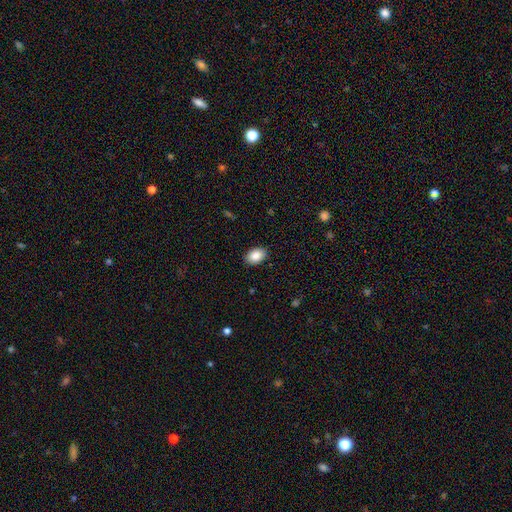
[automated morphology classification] The model was most divided on "how rounded": in between: 84%, round: 15%, cigar-shaped: 1%. More confident: merging — none (89%); smooth or featured — smooth (88%).